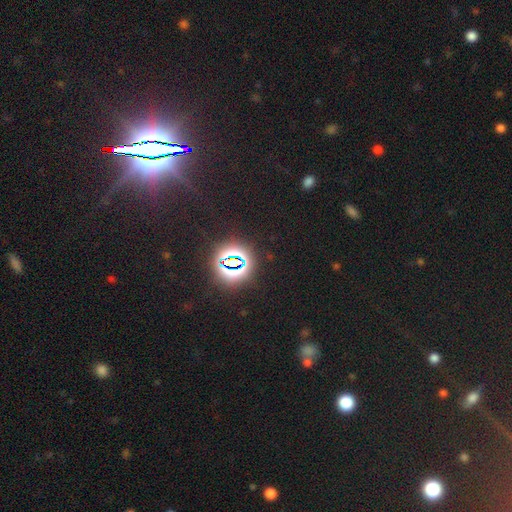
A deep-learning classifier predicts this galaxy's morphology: smooth-or-featured: star or artifact: 83% | smooth: 10% | featured or disk: 7%